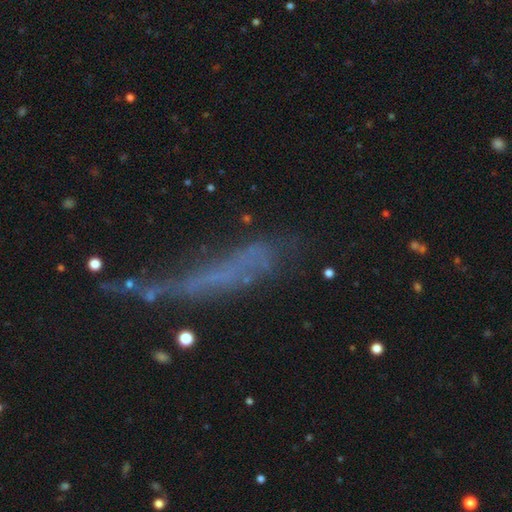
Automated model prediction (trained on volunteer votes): Smooth or featured? smooth (38%, tied with featured or disk)
Merging? none (48%)